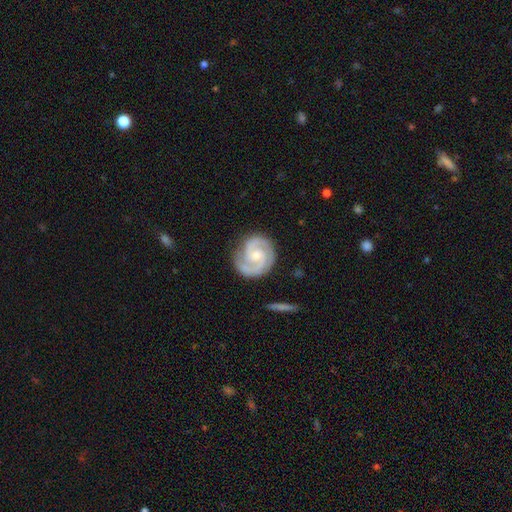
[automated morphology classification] Smooth or featured? Predicted: featured or disk (p=0.91). Edge-on disk? Predicted: no (p=0.98). Bar? Predicted: no (p=0.63). Spiral arms? Predicted: yes (p=0.98). Spiral winding? Predicted: tight (p=0.57). Spiral arm count? Predicted: 2 (p=0.82). Bulge size? Predicted: small (p=0.63). Merging? Predicted: none (p=0.81).